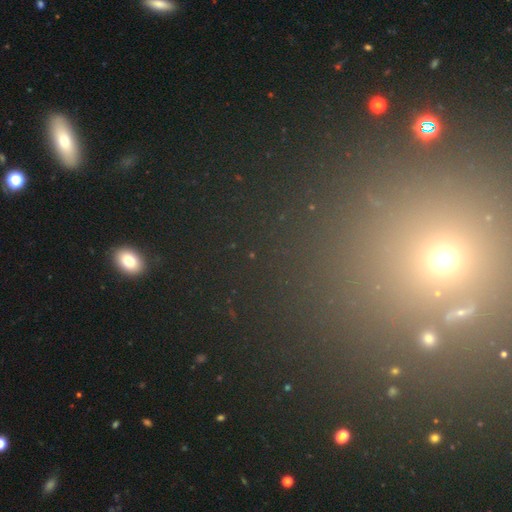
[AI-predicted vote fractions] Smooth or featured?
  - star or artifact: 51% *
  - smooth: 38%
  - featured or disk: 11%